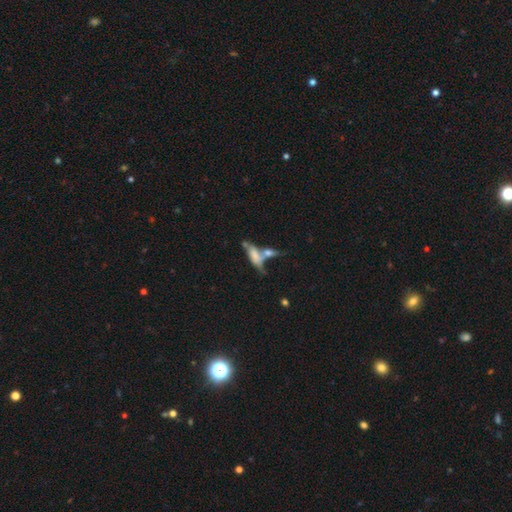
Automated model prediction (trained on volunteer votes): A smooth galaxy with no disk features (57%) that is in between round and cigar-shaped (58%). Merging: merger (47%).